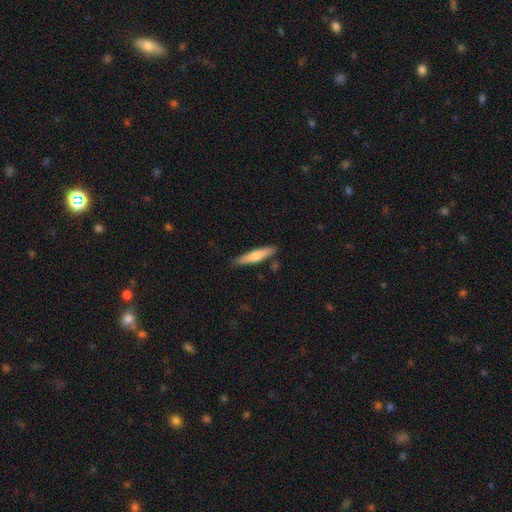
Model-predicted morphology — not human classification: A smooth galaxy with no disk features (66%) that is cigar-shaped (87%).

Vote fractions:
- Smooth or featured? smooth: 66% / featured or disk: 29% / star or artifact: 5%
- How rounded? cigar-shaped: 87% / in between: 12% / round: 1%
- Merging? none: 84% / minor disturbance: 11% / merger: 3% / major disturbance: 2%